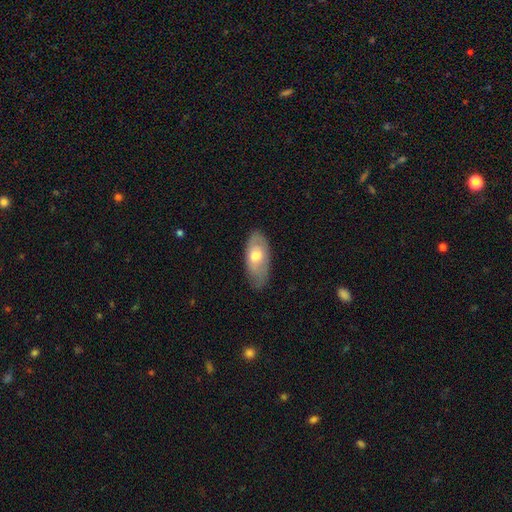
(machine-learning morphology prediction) This appears to be a smooth galaxy with no disk features (58%) that is in between round and cigar-shaped (88%). Merging: none (74%).